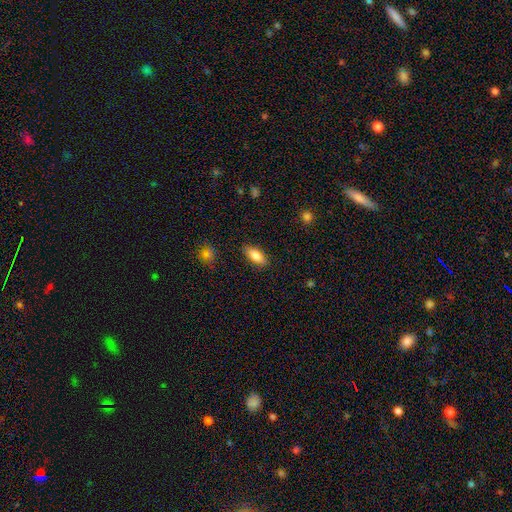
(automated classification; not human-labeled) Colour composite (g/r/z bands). It shows a smooth galaxy with no disk features (83%) that is in between round and cigar-shaped (81%). Merging: none (87%).